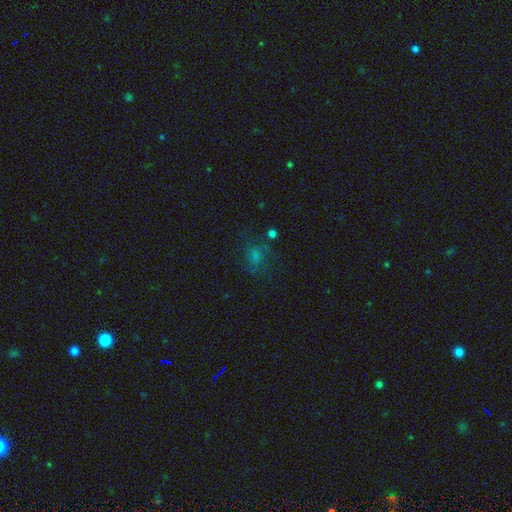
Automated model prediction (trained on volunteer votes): Smooth or featured?
  - smooth: 56% *
  - star or artifact: 29%
  - featured or disk: 15%
How rounded?
  - round: 53% *
  - in between: 45%
  - cigar-shaped: 2%
Merging?
  - none: 61% *
  - minor disturbance: 19%
  - major disturbance: 15%
  - merger: 5%